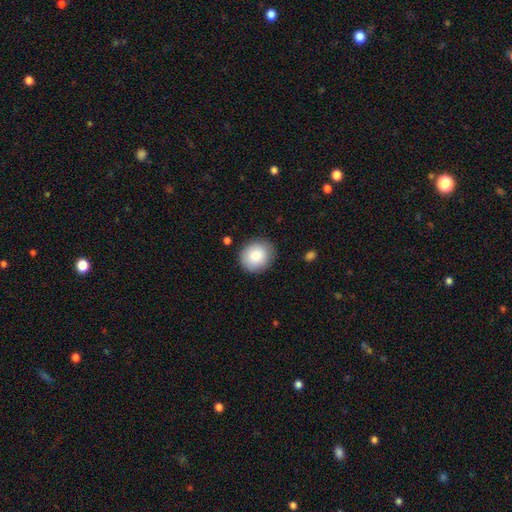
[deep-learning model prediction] Smooth or featured? smooth (84%)
How rounded? round (80%)
Merging? none (85%)